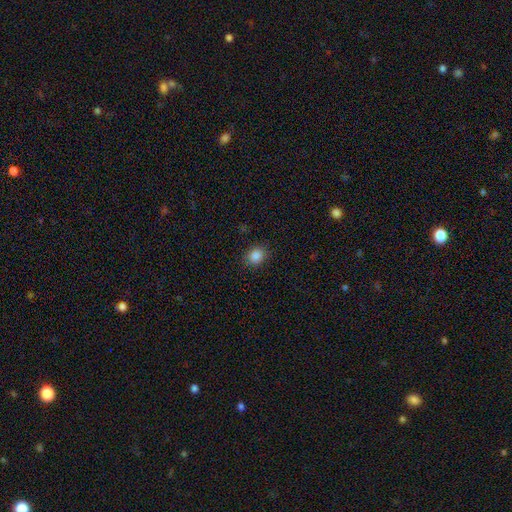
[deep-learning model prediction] smooth-or-featured: smooth: 86% | star or artifact: 11% | featured or disk: 4%
  how-rounded: round: 57% | in between: 42% | cigar-shaped: 1%
  merging: none: 87% | minor disturbance: 9% | major disturbance: 3% | merger: 1%